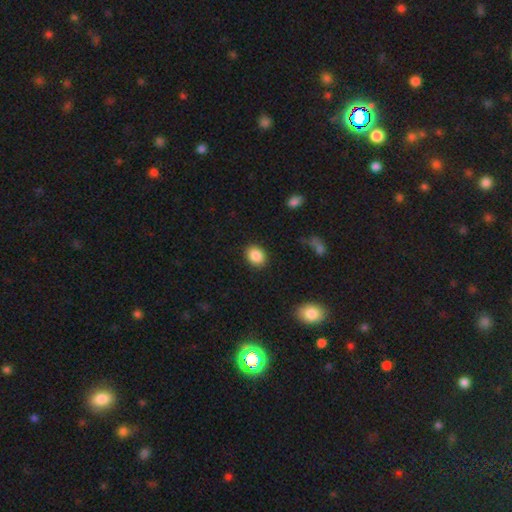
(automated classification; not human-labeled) smooth 87%, star or artifact 9%, featured or disk 4%. Down the decision tree: how rounded — round (51%); merging — none (88%).